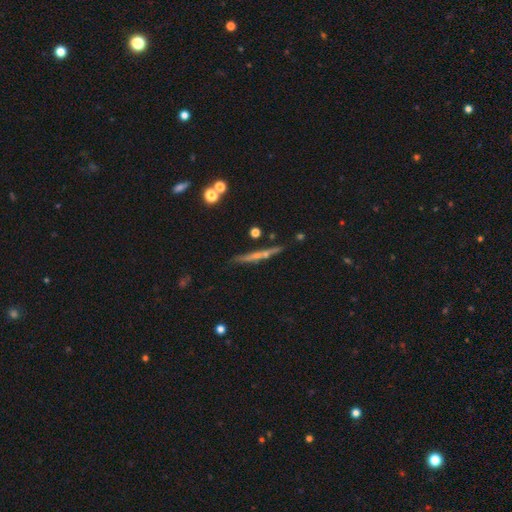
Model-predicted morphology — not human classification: A featured or disk galaxy (54%) viewed edge-on (95%) with no central bulge (63%). Merging: none (82%).